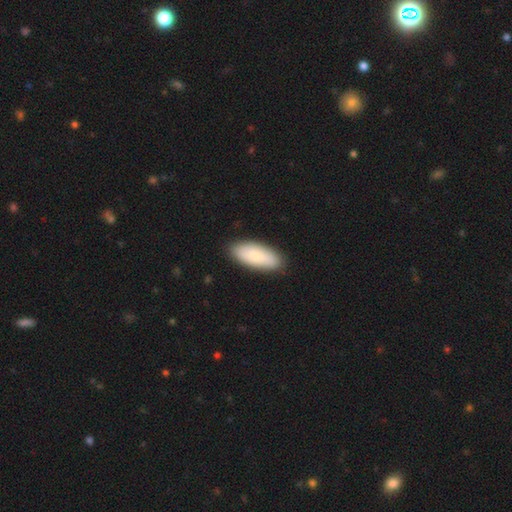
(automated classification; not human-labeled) Smooth or featured? Predicted: smooth (p=0.82). How rounded? Predicted: in between (p=0.83). Merging? Predicted: none (p=0.88).